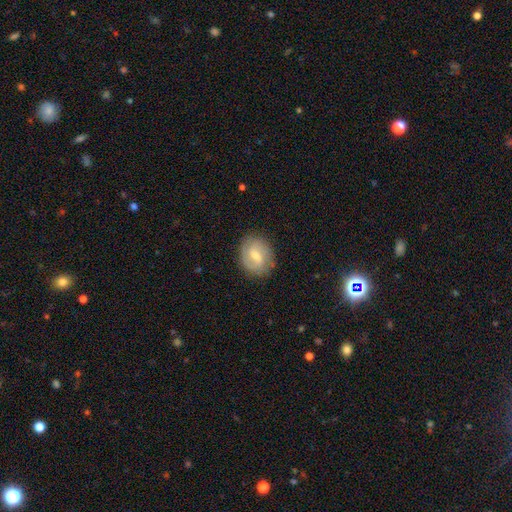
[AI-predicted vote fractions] smooth_or_featured: featured or disk (p=0.53) [alt: smooth p=0.41]
disk_edge_on: no (p=0.96) [alt: yes p=0.04]
bar: weak (p=0.59) [alt: strong p=0.25]
has_spiral_arms: yes (p=0.76) [alt: no p=0.24]
bulge_size: small (p=0.46) [alt: moderate p=0.44]
merging: none (p=0.81) [alt: minor disturbance p=0.13]